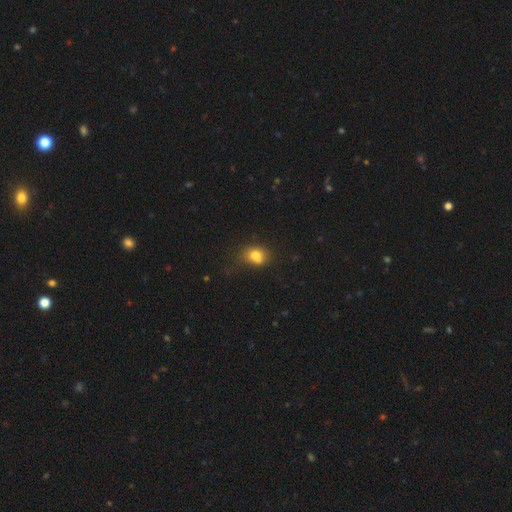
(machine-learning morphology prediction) smooth 74%, featured or disk 14%, star or artifact 12%. Down the decision tree: how rounded — round (54%); merging — none (44%).